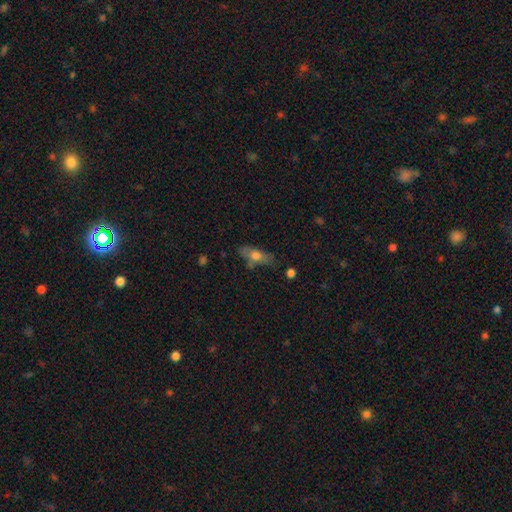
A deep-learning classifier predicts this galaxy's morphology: smooth-or-featured: smooth: 64% | featured or disk: 28% | star or artifact: 8%
  how-rounded: in between: 69% | cigar-shaped: 25% | round: 5%
  merging: none: 59% | minor disturbance: 25% | major disturbance: 9% | merger: 7%